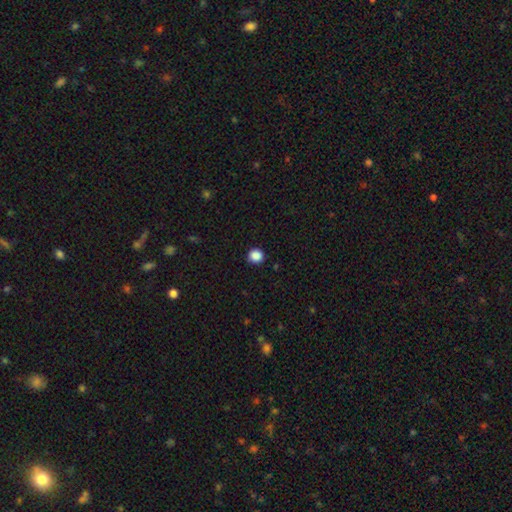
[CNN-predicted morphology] This appears to be a smooth galaxy with no disk features (87%) that is round (87%). Merging: none (90%).